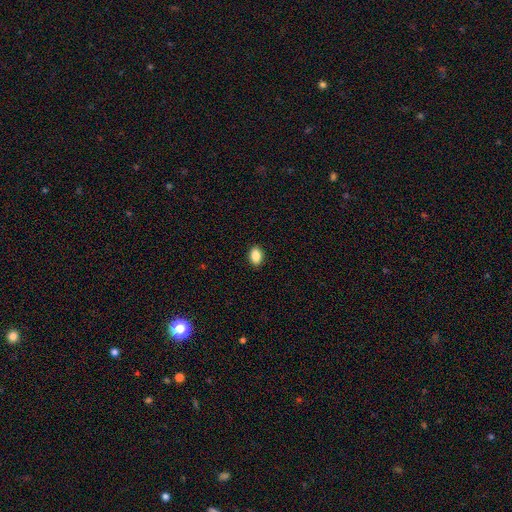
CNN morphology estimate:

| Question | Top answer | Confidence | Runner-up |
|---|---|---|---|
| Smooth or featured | smooth | 88% | star or artifact (8%) |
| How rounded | in between | 82% | round (17%) |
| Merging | none | 90% | minor disturbance (7%) |